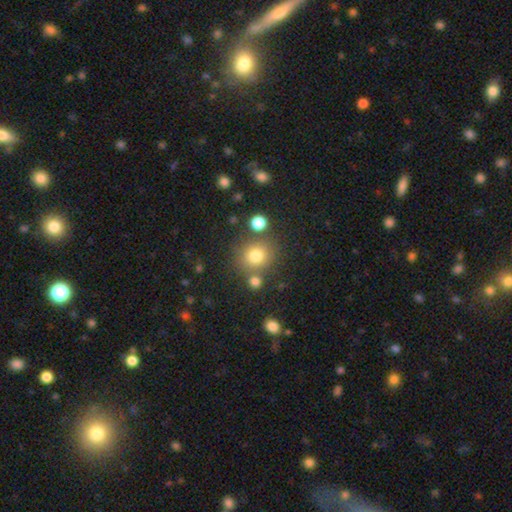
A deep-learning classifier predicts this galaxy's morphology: A smooth galaxy with no disk features (77%) that is round (85%).

Vote fractions:
- Smooth or featured? smooth: 77% / star or artifact: 15% / featured or disk: 8%
- How rounded? round: 85% / in between: 14% / cigar-shaped: 1%
- Merging? none: 72% / merger: 13% / minor disturbance: 10% / major disturbance: 4%